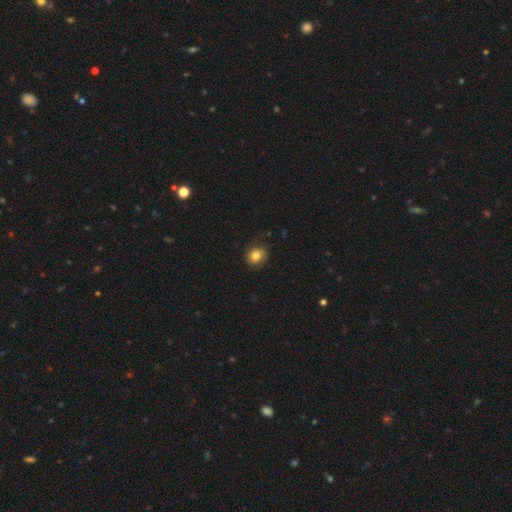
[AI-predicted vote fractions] A smooth galaxy with no disk features (77%) that is round (71%). Merging: none (76%).